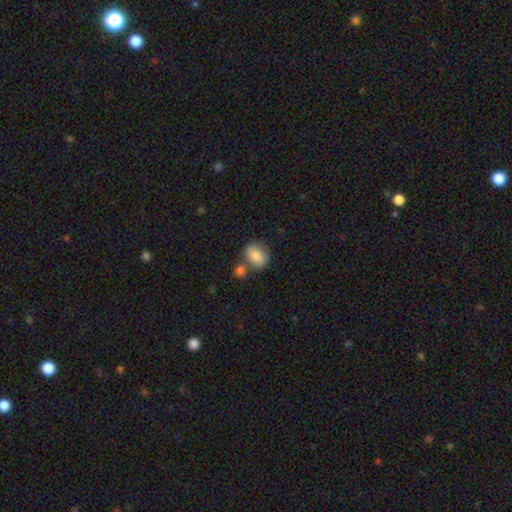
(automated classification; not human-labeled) A smooth galaxy with no disk features (83%) that is round (52%). Merging: none (54%).